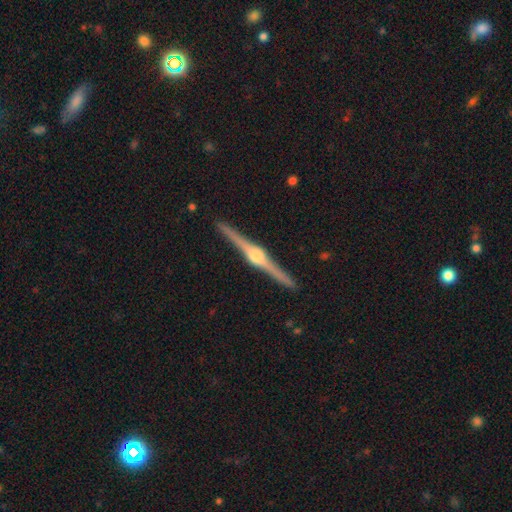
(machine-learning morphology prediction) This appears to be a featured or disk galaxy (90%) viewed edge-on (99%) with a rounded central bulge (94%). Merging: none (93%).